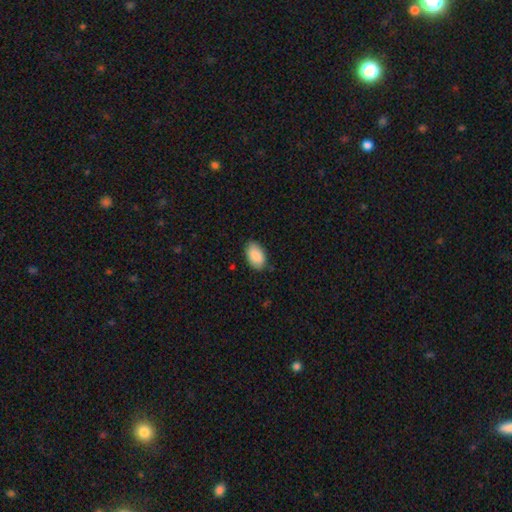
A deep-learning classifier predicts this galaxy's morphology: Smooth or featured: smooth — 90% (star or artifact — 6%)
How rounded: in between — 93% (round — 6%)
Merging: none — 84% (minor disturbance — 13%)